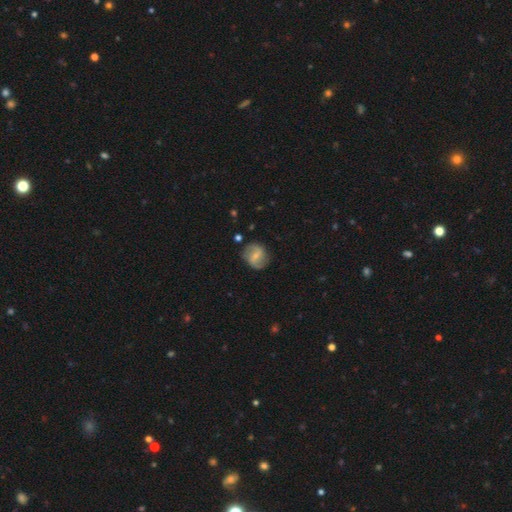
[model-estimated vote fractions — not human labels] This appears to be a featured or disk galaxy (71%) with a weak bar (49%), 2 (89%) loose (46%) spiral arms (91%) and a small central bulge (63%). Merging: none (80%).